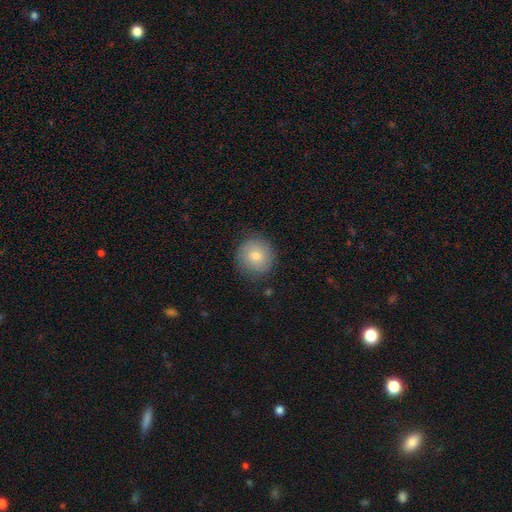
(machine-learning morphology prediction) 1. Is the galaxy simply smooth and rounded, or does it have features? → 70% smooth, 21% featured or disk, 10% star or artifact.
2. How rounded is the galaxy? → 92% round, 7% in between, 1% cigar-shaped.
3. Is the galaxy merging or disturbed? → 82% none, 13% minor disturbance, 4% major disturbance, 1% merger.